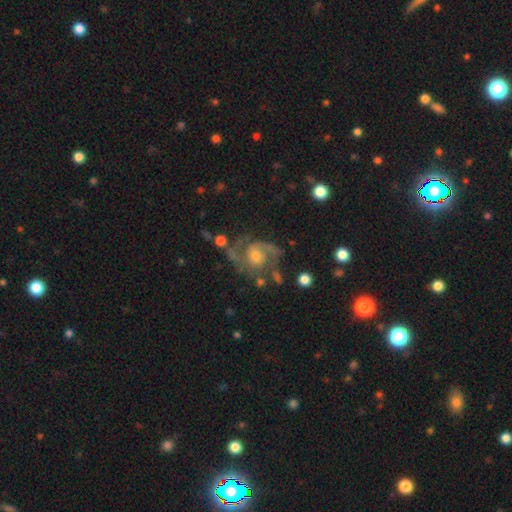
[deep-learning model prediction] This appears to be a featured or disk galaxy (87%) with no bar (70%), 2 (82%) medium (54%) spiral arms (97%) and a moderate central bulge (48%). Merging: none (62%).